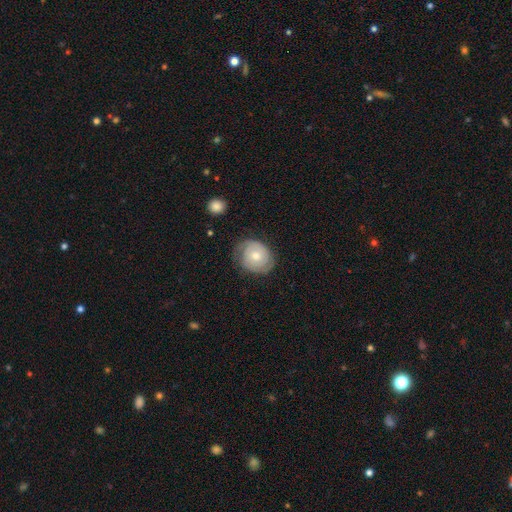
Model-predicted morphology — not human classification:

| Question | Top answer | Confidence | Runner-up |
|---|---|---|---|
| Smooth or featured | featured or disk | 65% | smooth (29%) |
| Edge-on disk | no | 97% | yes (3%) |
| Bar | no | 78% | weak (19%) |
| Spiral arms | yes | 88% | no (12%) |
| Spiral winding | tight | 67% | medium (25%) |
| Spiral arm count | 2 | 68% | can't tell (19%) |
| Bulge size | moderate | 62% | small (31%) |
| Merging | none | 72% | minor disturbance (20%) |